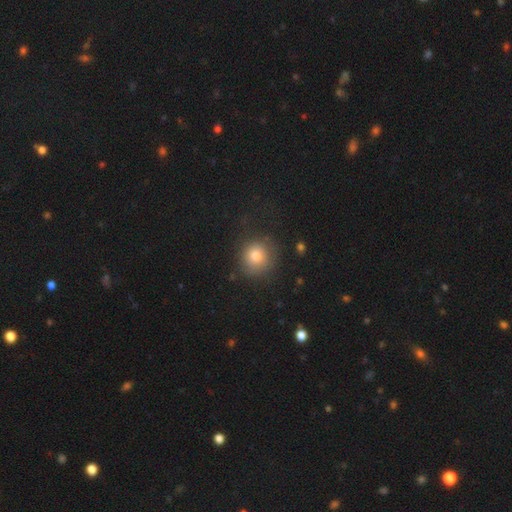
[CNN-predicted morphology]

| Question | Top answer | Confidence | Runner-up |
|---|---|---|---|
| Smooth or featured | smooth | 79% | star or artifact (11%) |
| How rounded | round | 88% | in between (11%) |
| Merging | none | 77% | minor disturbance (15%) |